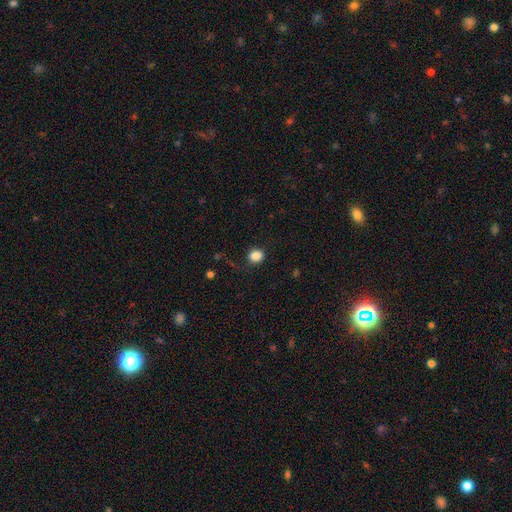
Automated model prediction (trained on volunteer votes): Smooth or featured? smooth (86%)
How rounded? round (62%)
Merging? none (82%)